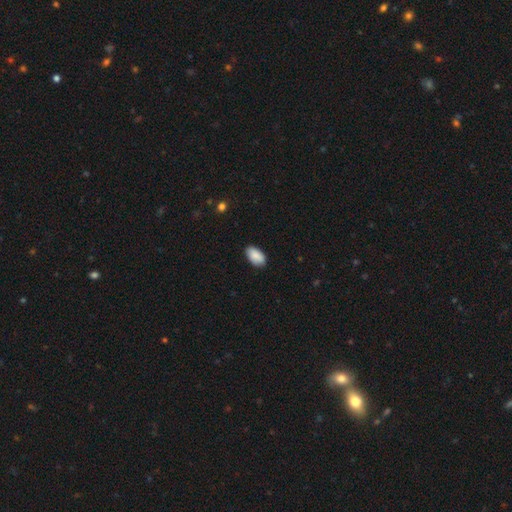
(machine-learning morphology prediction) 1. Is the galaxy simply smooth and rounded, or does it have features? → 89% smooth, 6% star or artifact, 4% featured or disk.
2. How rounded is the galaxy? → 95% in between, 3% round, 2% cigar-shaped.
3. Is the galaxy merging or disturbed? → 85% none, 12% minor disturbance, 2% major disturbance, 1% merger.